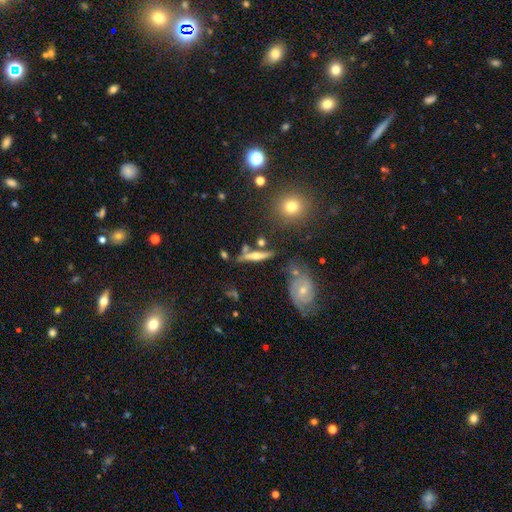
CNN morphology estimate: featured or disk 60%, smooth 30%, star or artifact 10%. Down the decision tree: edge-on disk — yes (89%); edge-on bulge — rounded (86%); merging — none (70%).